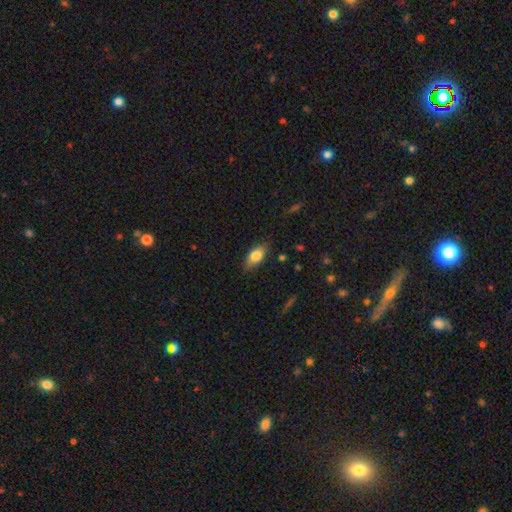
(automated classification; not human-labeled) smooth_or_featured: smooth (p=0.78) [alt: featured or disk p=0.15]
how_rounded: in between (p=0.88) [alt: cigar-shaped p=0.08]
merging: none (p=0.80) [alt: minor disturbance p=0.16]